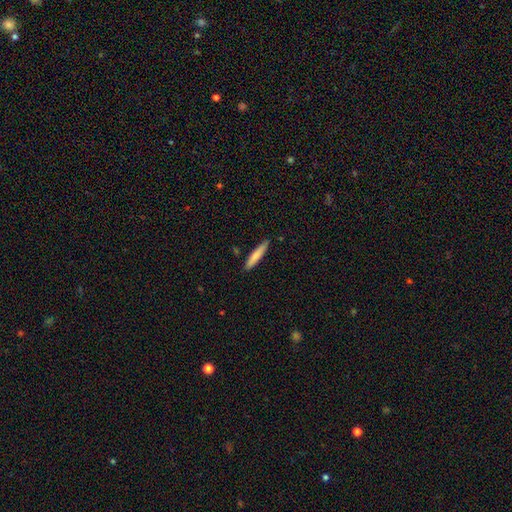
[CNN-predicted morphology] Smooth or featured? Predicted: smooth (p=0.79). How rounded? Predicted: cigar-shaped (p=0.91). Merging? Predicted: none (p=0.87).